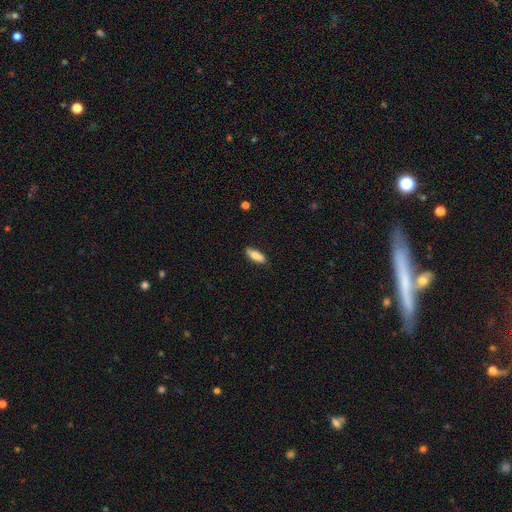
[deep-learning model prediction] smooth-or-featured: smooth: 79% | featured or disk: 15% | star or artifact: 6%
  how-rounded: in between: 65% | cigar-shaped: 33% | round: 2%
  merging: none: 86% | minor disturbance: 11% | major disturbance: 2% | merger: 1%